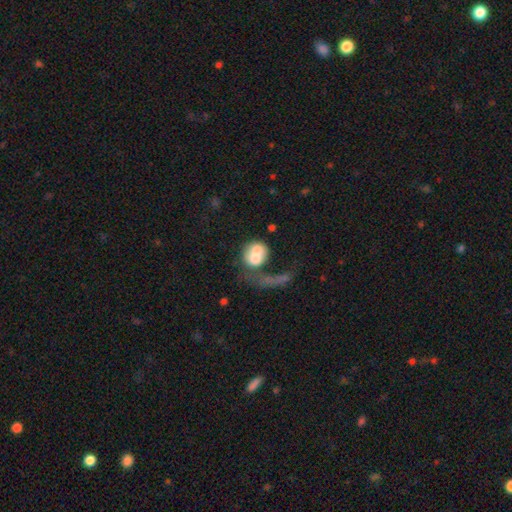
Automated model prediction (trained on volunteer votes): The model was most divided on "merging": major disturbance: 41%, merger: 33%, none: 16%, minor disturbance: 11%. More confident: smooth or featured — smooth (64%); how rounded — round (63%).